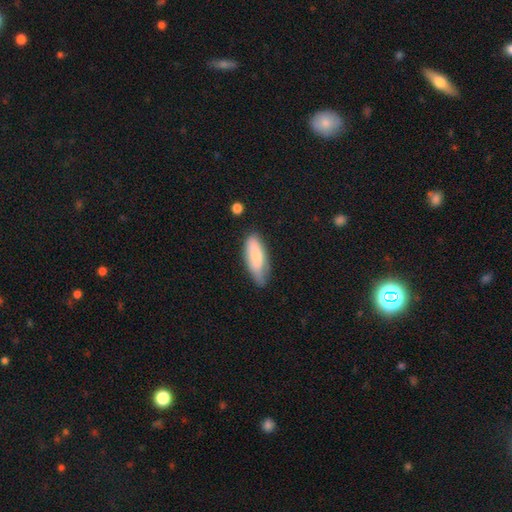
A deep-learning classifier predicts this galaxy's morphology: smooth_or_featured: smooth (p=0.75) [alt: featured or disk p=0.19]
how_rounded: in between (p=0.75) [alt: cigar-shaped p=0.23]
merging: none (p=0.54) [alt: minor disturbance p=0.35]